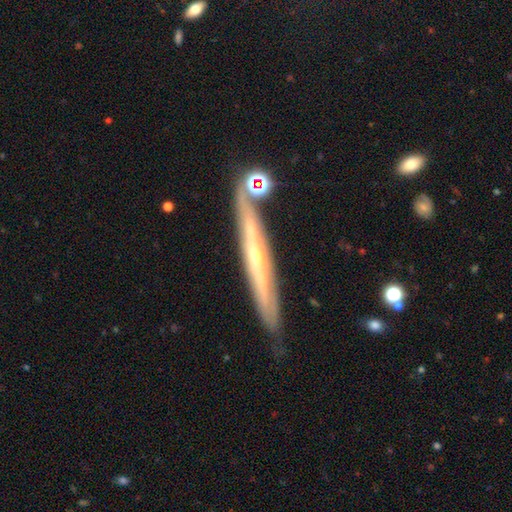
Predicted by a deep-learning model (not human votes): Smooth or featured? Predicted: featured or disk (p=0.76). Edge-on disk? Predicted: yes (p=0.89). Edge-on bulge? Predicted: rounded (p=0.64). Merging? Predicted: none (p=0.79).